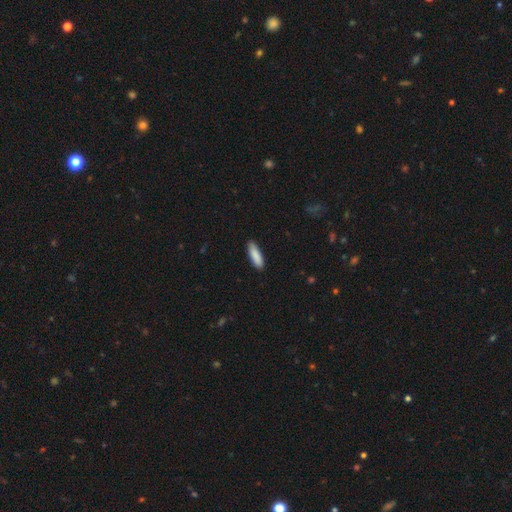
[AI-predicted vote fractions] This appears to be a smooth galaxy with no disk features (89%) that is cigar-shaped (53%). Merging: none (87%).